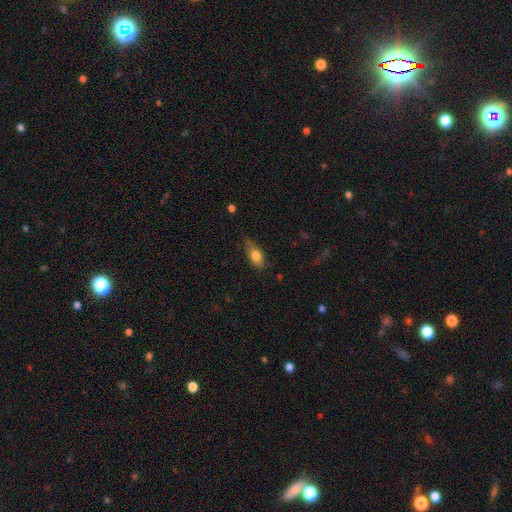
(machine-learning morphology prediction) Smooth or featured? smooth (77%)
How rounded? in between (79%)
Merging? none (67%)